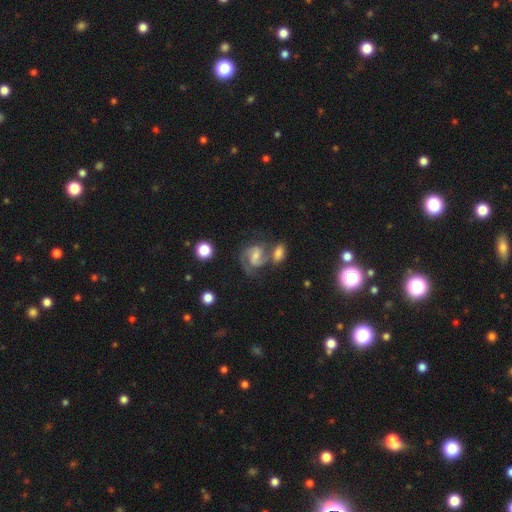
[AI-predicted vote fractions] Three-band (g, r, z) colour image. It shows a featured or disk galaxy (80%) with a weak bar (46%), 2 (79%) medium (53%) spiral arms (95%) and a small central bulge (47%). Merging: none (41%).